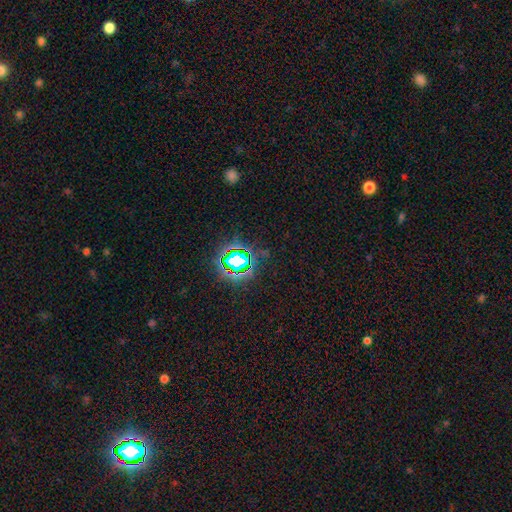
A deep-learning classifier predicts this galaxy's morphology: This is likely a star or artifact rather than a galaxy (79%).